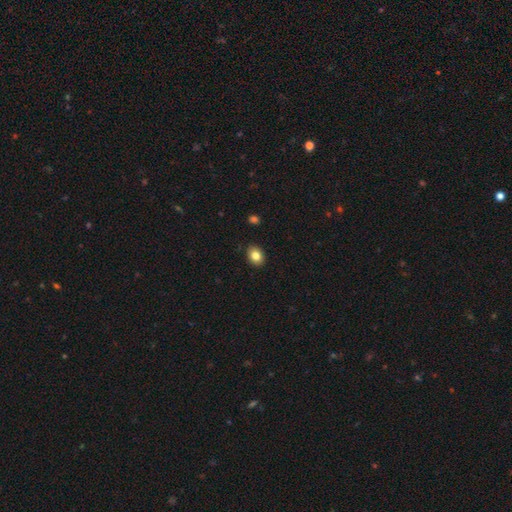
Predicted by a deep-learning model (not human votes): Morphology: type=smooth (84%); roundness=in between (58%); merging=none (90%).